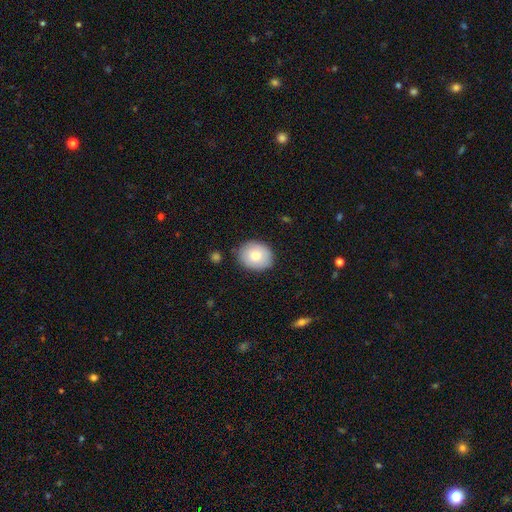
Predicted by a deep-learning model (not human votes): A smooth galaxy with no disk features (80%) that is round (59%).

Vote fractions:
- Smooth or featured? smooth: 80% / featured or disk: 13% / star or artifact: 7%
- How rounded? round: 59% / in between: 40% / cigar-shaped: 1%
- Merging? none: 85% / minor disturbance: 11% / major disturbance: 3% / merger: 2%